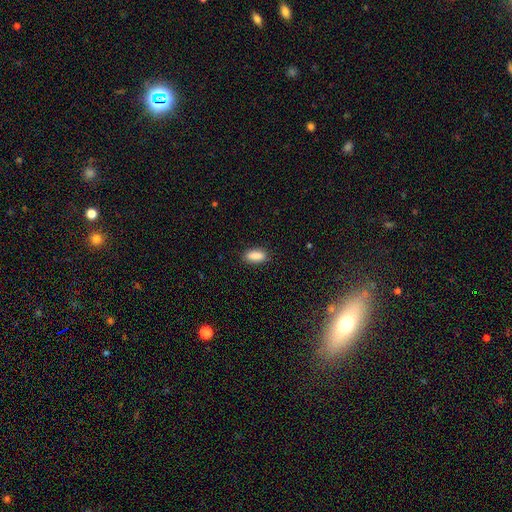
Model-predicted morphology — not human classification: This appears to be a smooth galaxy with no disk features (89%) that is in between round and cigar-shaped (82%). Merging: none (87%).